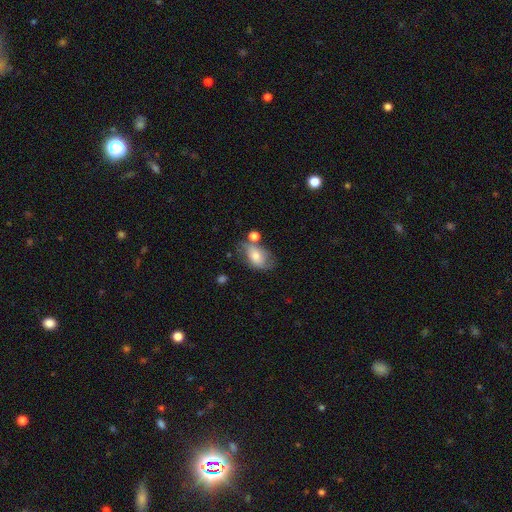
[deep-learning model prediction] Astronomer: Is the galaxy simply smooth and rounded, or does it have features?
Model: smooth — 66%.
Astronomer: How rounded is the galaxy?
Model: in between — 87%.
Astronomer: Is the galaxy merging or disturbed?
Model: none — 46% (runner-up: minor disturbance, 25%).